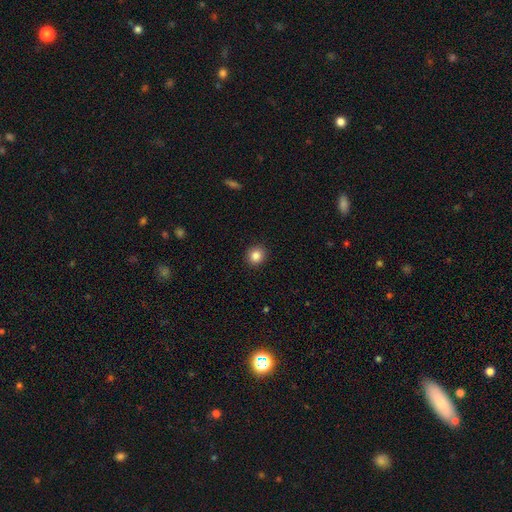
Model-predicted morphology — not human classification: smooth-or-featured: smooth: 86% | star or artifact: 10% | featured or disk: 4%
  how-rounded: round: 88% | in between: 11% | cigar-shaped: 1%
  merging: none: 92% | minor disturbance: 5% | major disturbance: 2% | merger: 1%